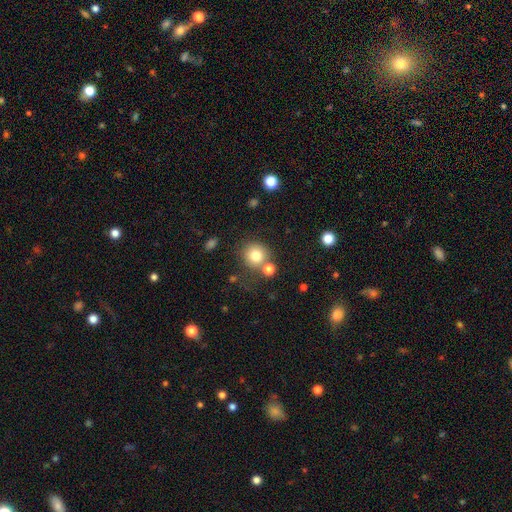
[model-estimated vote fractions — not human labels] A smooth galaxy with no disk features (79%) that is round (90%). Merging: none (69%).